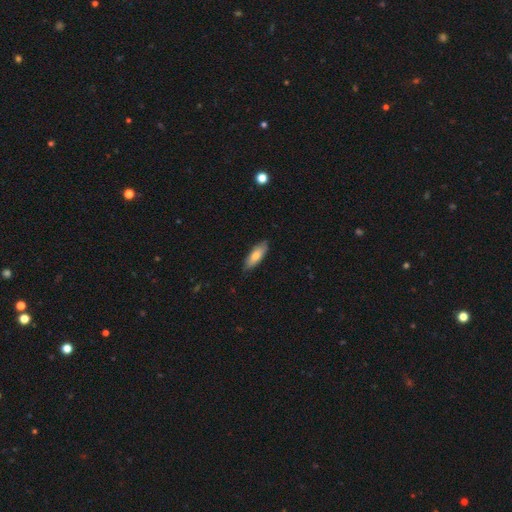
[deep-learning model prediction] smooth_or_featured: smooth (p=0.76) [alt: featured or disk p=0.19]
how_rounded: in between (p=0.65) [alt: cigar-shaped p=0.33]
merging: none (p=0.85) [alt: minor disturbance p=0.12]